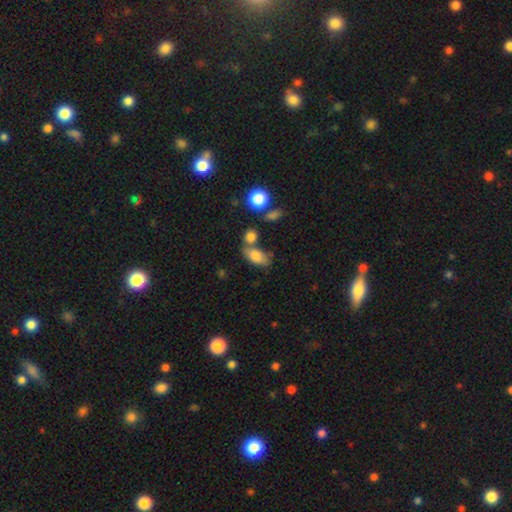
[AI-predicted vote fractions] This appears to be a smooth galaxy with no disk features (78%) that is in between round and cigar-shaped (87%). Merging: none (52%).